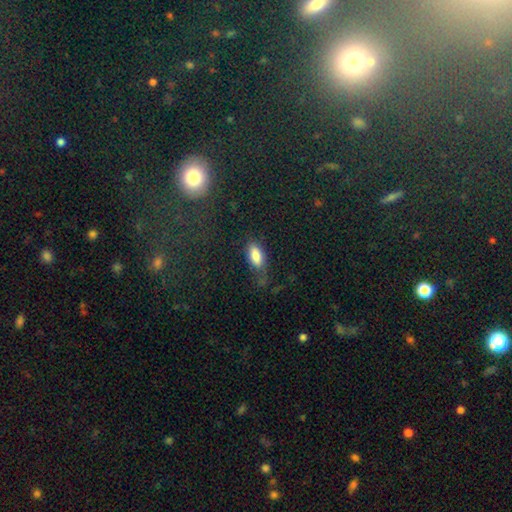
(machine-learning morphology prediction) A smooth galaxy with no disk features (84%) that is in between round and cigar-shaped (87%).

Vote fractions:
- Smooth or featured? smooth: 84% / featured or disk: 8% / star or artifact: 8%
- How rounded? in between: 87% / cigar-shaped: 10% / round: 3%
- Merging? none: 65% / minor disturbance: 23% / major disturbance: 9% / merger: 3%